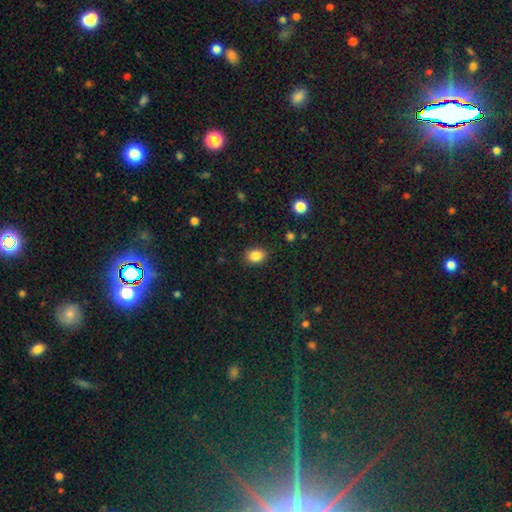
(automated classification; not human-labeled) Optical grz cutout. It shows a smooth galaxy with no disk features (86%) that is in between round and cigar-shaped (59%). Merging: none (87%).